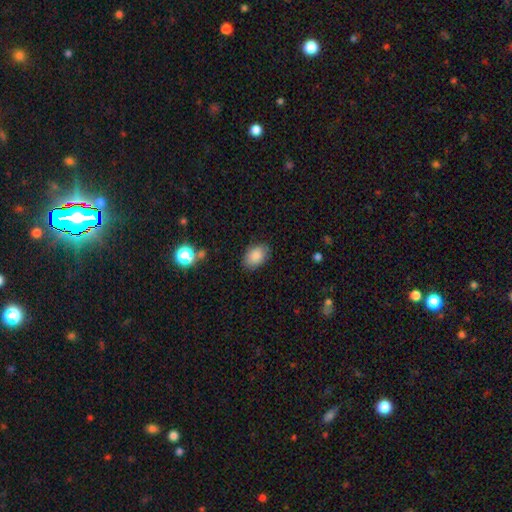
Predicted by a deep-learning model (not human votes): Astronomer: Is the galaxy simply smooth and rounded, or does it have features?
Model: smooth — 86%.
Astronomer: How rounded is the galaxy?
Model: in between — 83%.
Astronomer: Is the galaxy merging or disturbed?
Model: none — 84%.